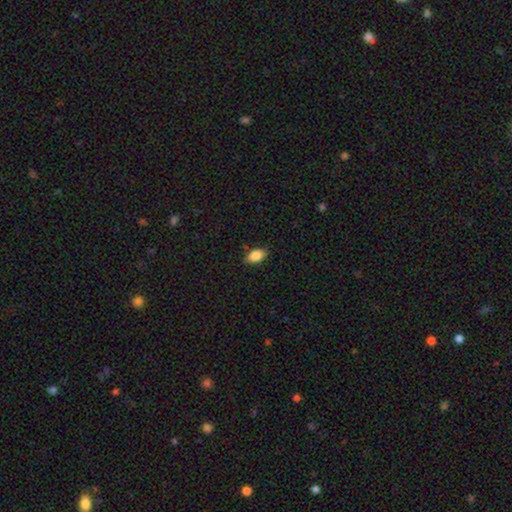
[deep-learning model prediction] Smooth or featured: smooth — 86% (star or artifact — 8%)
How rounded: in between — 90% (round — 6%)
Merging: none — 84% (minor disturbance — 13%)